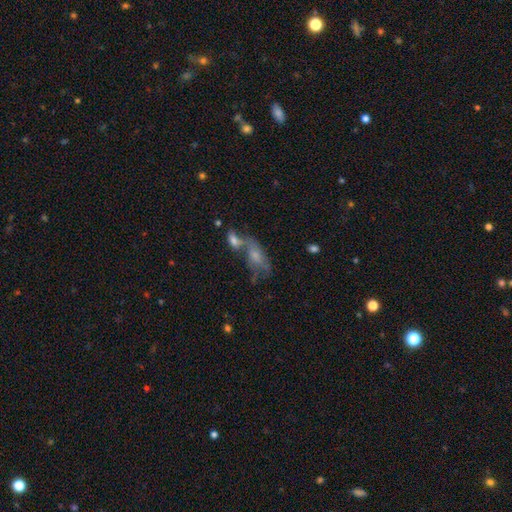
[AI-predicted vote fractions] Overall: smooth (56%; featured or disk 34%). How rounded: in between (84%). Merging: merger (51%; none 23%).